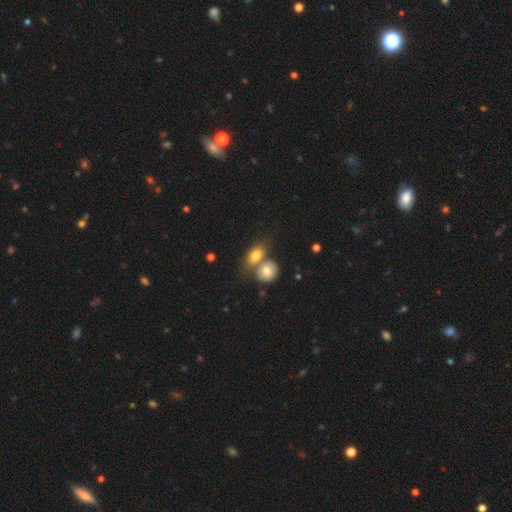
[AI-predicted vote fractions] This is likely a smooth galaxy (76%). How rounded: likely in between (70%). Merging: possibly merger (50%).